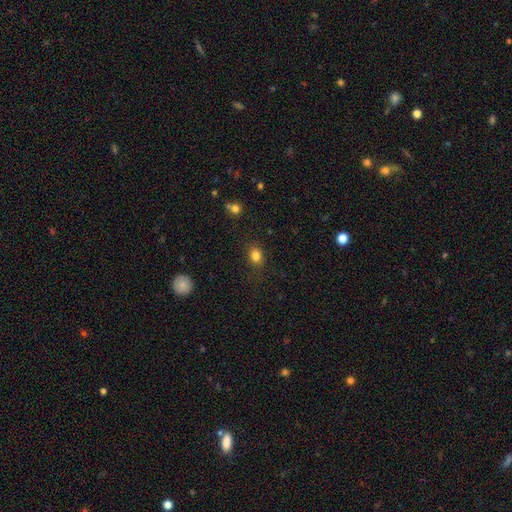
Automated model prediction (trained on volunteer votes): Smooth or featured? smooth (83%)
How rounded? round (51%)
Merging? none (82%)